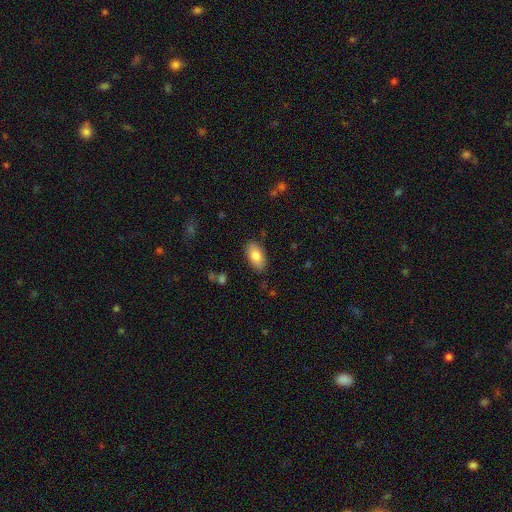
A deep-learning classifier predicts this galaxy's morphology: Smooth or featured?
  - smooth: 81% *
  - featured or disk: 13%
  - star or artifact: 7%
How rounded?
  - in between: 94% *
  - round: 3%
  - cigar-shaped: 3%
Merging?
  - none: 84% *
  - minor disturbance: 12%
  - major disturbance: 2%
  - merger: 1%